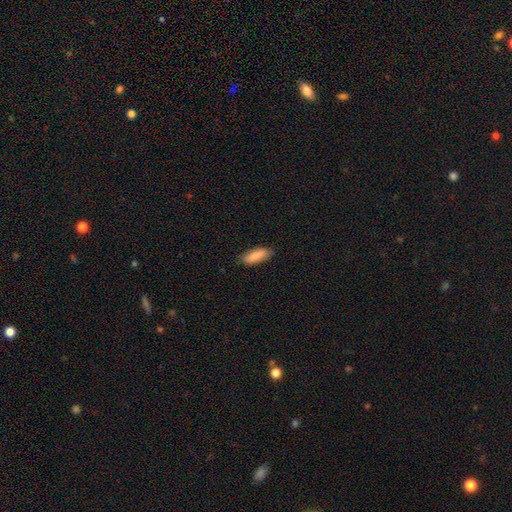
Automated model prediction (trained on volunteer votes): This is clearly a smooth galaxy (88%). How rounded: likely in between (65%). Merging: clearly none (85%).